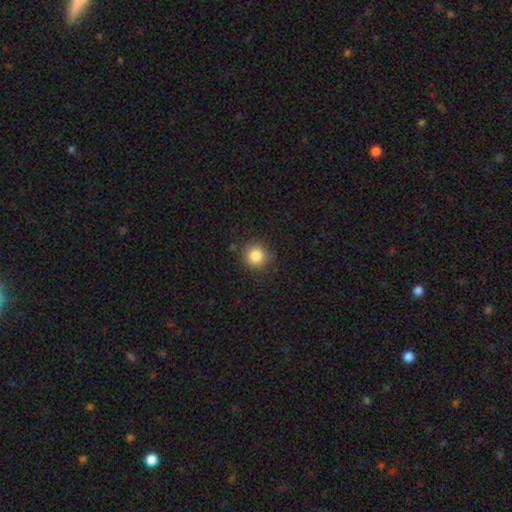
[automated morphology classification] Smooth or featured: smooth — 84% (star or artifact — 11%)
How rounded: round — 92% (in between — 7%)
Merging: none — 86% (minor disturbance — 9%)